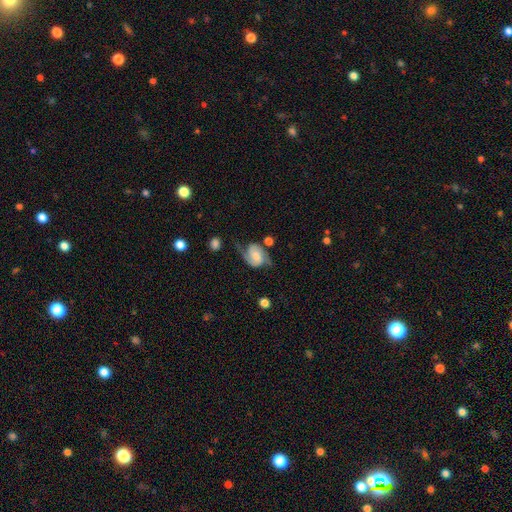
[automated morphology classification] The model was most divided on "bulge size": none: 30%, small: 27%, moderate: 23%, large: 15%, dominant: 4%. Remaining: edge-on disk — no (97%); spiral arms — yes (95%); spiral arm count — 2 (88%); smooth or featured — featured or disk (74%); merging — none (56%); bar — no (49%); spiral winding — medium (46%).